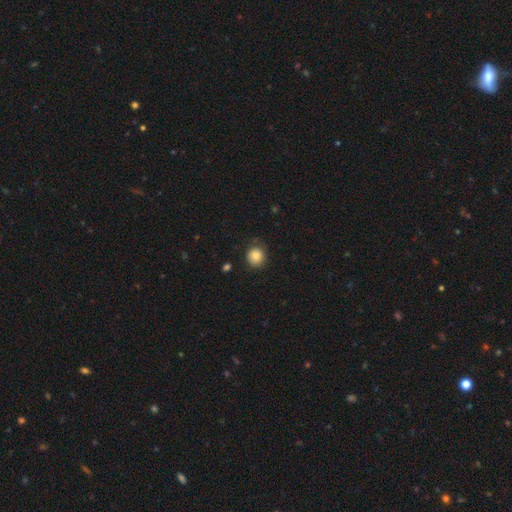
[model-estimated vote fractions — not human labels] The model was most divided on "merging": none: 83%, minor disturbance: 13%, major disturbance: 3%, merger: 1%. More confident: how rounded — round (90%); smooth or featured — smooth (85%).